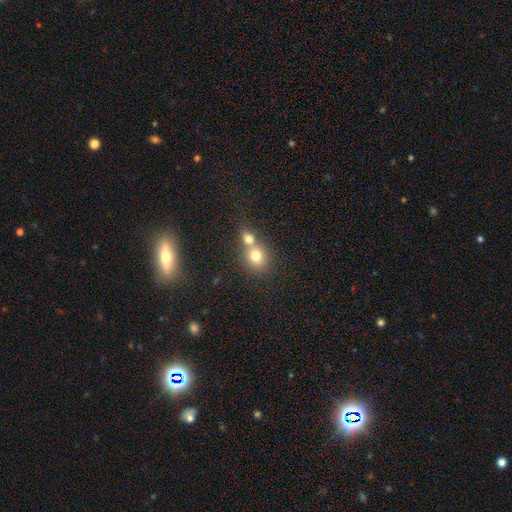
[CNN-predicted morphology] smooth-or-featured: smooth: 75% | featured or disk: 13% | star or artifact: 12%
  how-rounded: round: 71% | in between: 28% | cigar-shaped: 1%
  merging: merger: 59% | none: 32% | minor disturbance: 6% | major disturbance: 3%